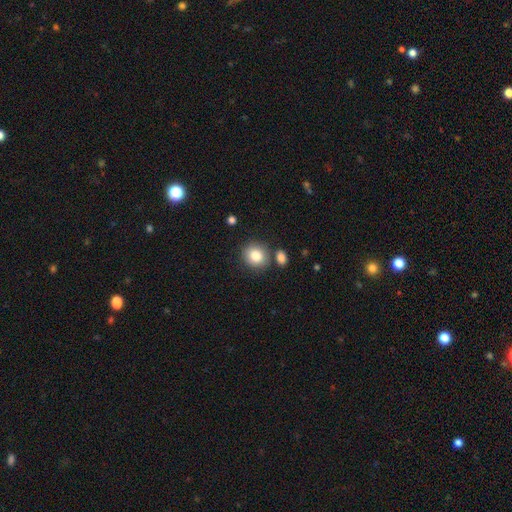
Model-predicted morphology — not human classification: Smooth or featured? Predicted: smooth (p=0.84). How rounded? Predicted: round (p=0.76). Merging? Predicted: none (p=0.75).